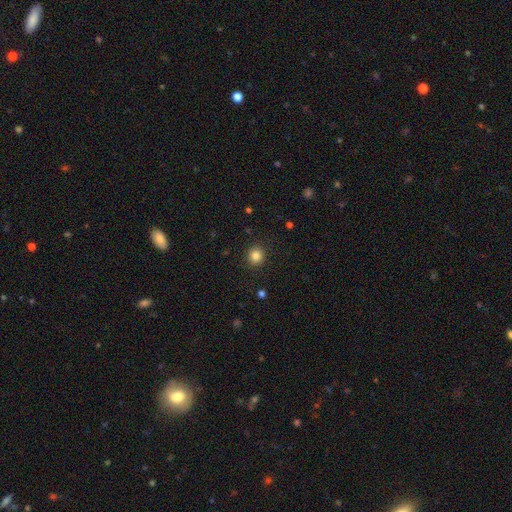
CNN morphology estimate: This appears to be a smooth galaxy with no disk features (84%) that is round (90%). Merging: none (91%).